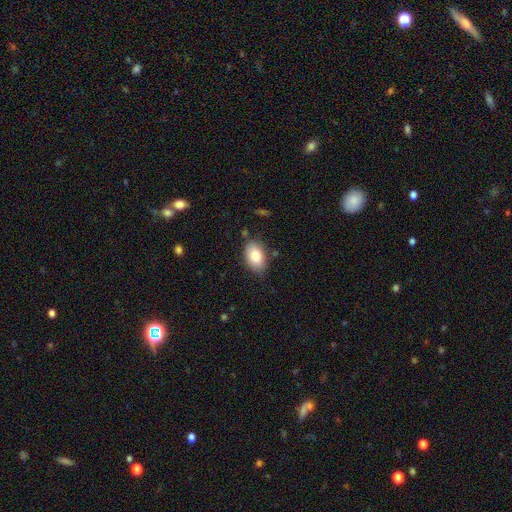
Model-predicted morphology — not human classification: type=smooth (82%); roundness=in between (89%); merging=none (79%).